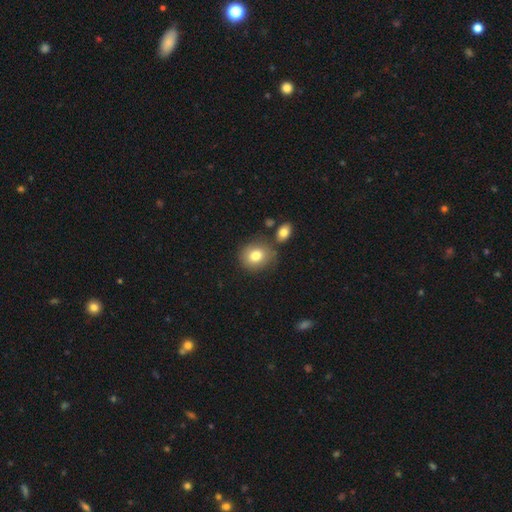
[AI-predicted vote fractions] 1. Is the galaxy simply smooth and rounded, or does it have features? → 80% smooth, 11% featured or disk, 9% star or artifact.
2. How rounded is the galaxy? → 76% round, 23% in between, 1% cigar-shaped.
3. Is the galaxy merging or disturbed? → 71% none, 14% minor disturbance, 11% merger, 4% major disturbance.